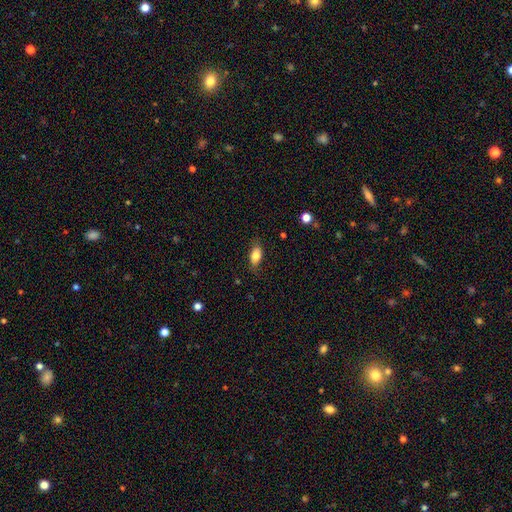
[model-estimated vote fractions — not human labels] smooth-or-featured: smooth: 80% | featured or disk: 12% | star or artifact: 7%
  how-rounded: in between: 88% | round: 6% | cigar-shaped: 6%
  merging: none: 79% | minor disturbance: 16% | major disturbance: 4% | merger: 1%